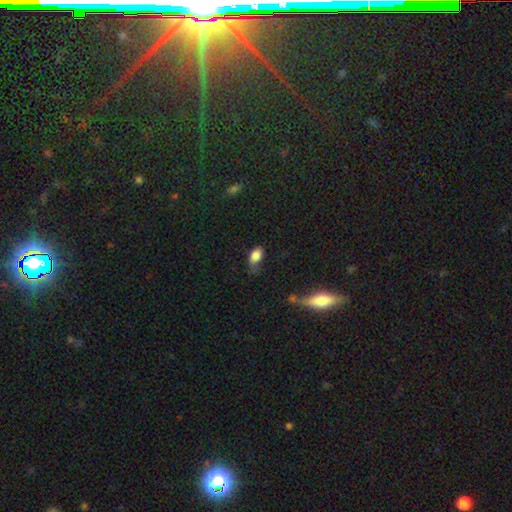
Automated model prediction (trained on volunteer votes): smooth 84%, star or artifact 8%, featured or disk 7%. Down the decision tree: how rounded — in between (89%); merging — none (49%).